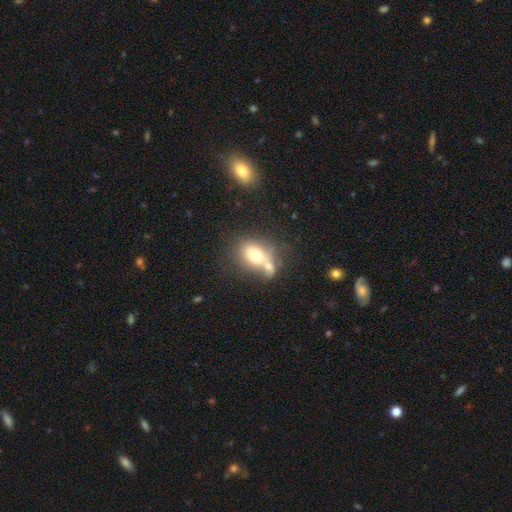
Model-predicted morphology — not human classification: smooth 69%, featured or disk 21%, star or artifact 10%. Down the decision tree: how rounded — in between (65%); merging — merger (45%).